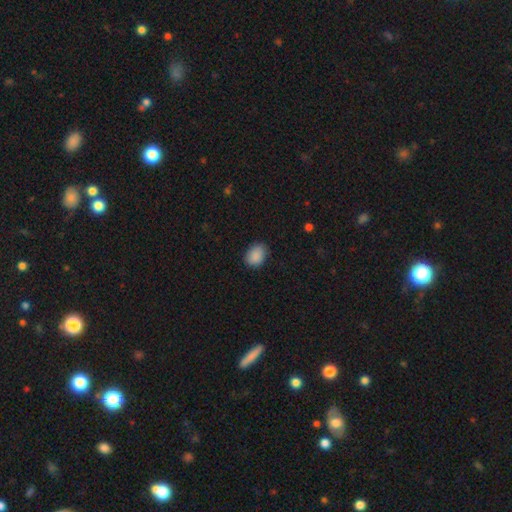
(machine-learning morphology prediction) type=smooth (89%); roundness=in between (69%); merging=none (83%).